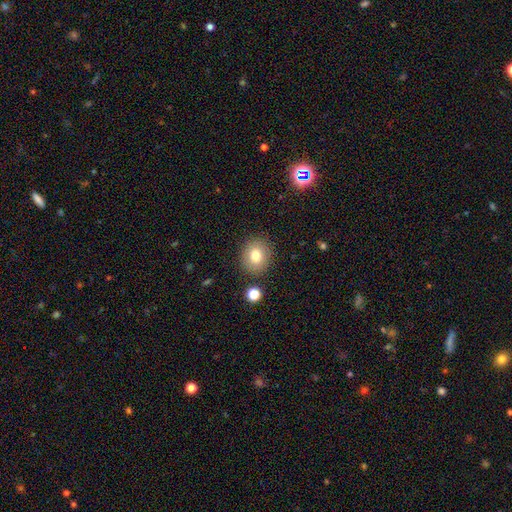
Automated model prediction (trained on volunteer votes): This is likely a smooth galaxy (77%). How rounded: likely round (79%). Merging: clearly none (86%).